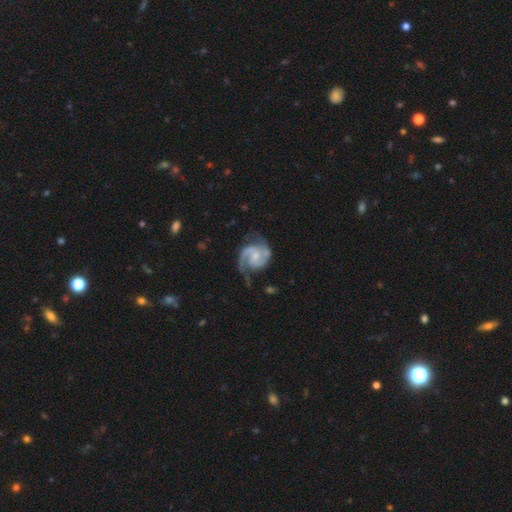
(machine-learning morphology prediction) A featured or disk galaxy (90%) with no bar (52%), 2 (87%) medium (53%) spiral arms (98%) and a small central bulge (49%).

Vote fractions:
- Smooth or featured? featured or disk: 90% / smooth: 5% / star or artifact: 4%
- Edge-on disk? no: 98% / yes: 2%
- Bar? no: 52% / weak: 39% / strong: 9%
- Spiral arms? yes: 98% / no: 2%
- Spiral winding? medium: 53% / tight: 33% / loose: 14%
- Spiral arm count? 2: 87% / 1: 4% / can't tell: 3% / 3: 3% / 4: 1% / more than 4: 1%
- Bulge size? small: 49% / moderate: 38% / none: 10% / large: 3% / dominant: 1%
- Merging? none: 64% / minor disturbance: 22% / major disturbance: 12% / merger: 2%